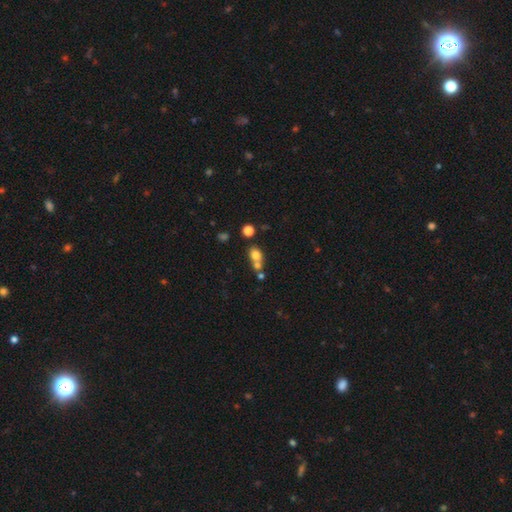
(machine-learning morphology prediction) A smooth galaxy with no disk features (74%) that is round (58%). Merging: merger (49%).